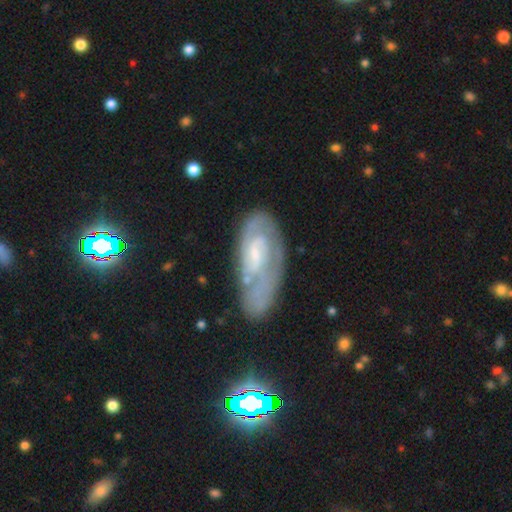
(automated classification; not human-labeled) Q: Smooth or featured?
A: featured or disk (68%); runner-up: smooth (23%)
Q: Edge-on disk?
A: no (90%); runner-up: yes (10%)
Q: Bar?
A: no (52%); runner-up: weak (38%)
Q: Spiral arms?
A: yes (78%); runner-up: no (22%)
Q: Bulge size?
A: small (52%); runner-up: moderate (27%)
Q: Merging?
A: none (57%); runner-up: minor disturbance (25%)